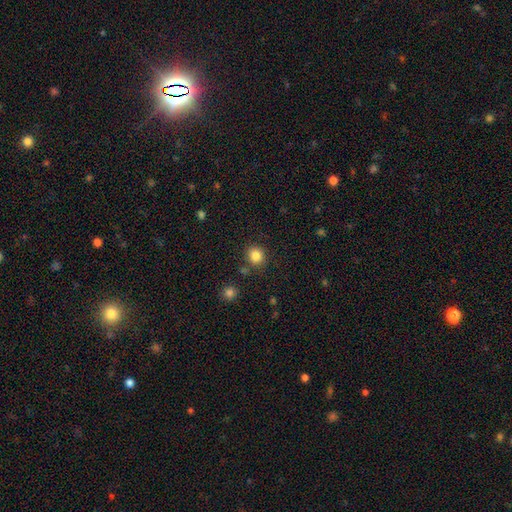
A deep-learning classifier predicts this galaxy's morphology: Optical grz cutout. It shows a smooth galaxy with no disk features (84%) that is round (82%). Merging: none (83%).